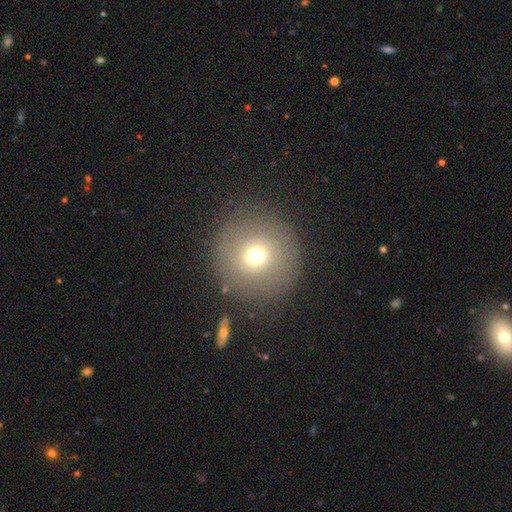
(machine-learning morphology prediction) type=smooth (69%); roundness=round (95%); merging=none (86%).